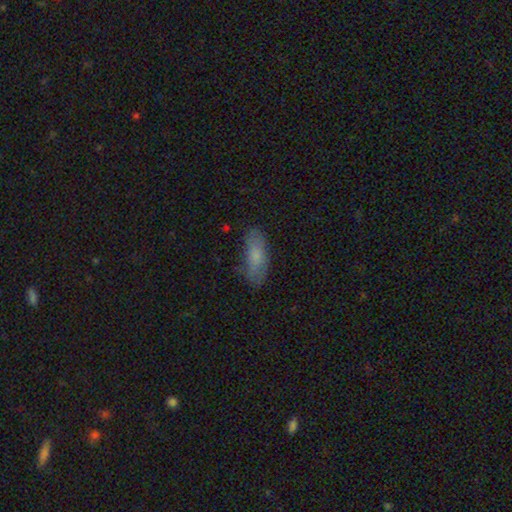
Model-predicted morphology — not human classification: smooth 76%, featured or disk 17%, star or artifact 7%. Down the decision tree: how rounded — in between (69%); merging — none (74%).